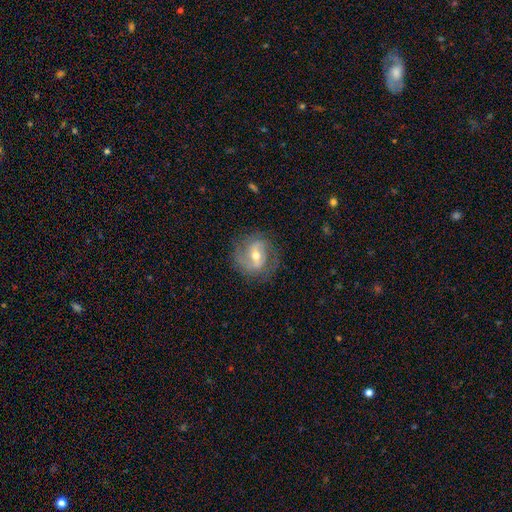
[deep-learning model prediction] This is likely a featured or disk galaxy (75%). It is clearly not viewed edge-on (96%). Bar: possibly weak (46%). Spiral arm pattern: clearly yes (86%). Spiral arm count: clearly 2 (80%). Spiral winding: possibly medium (46%). Central bulge: likely moderate (68%). Merging: likely none (74%).